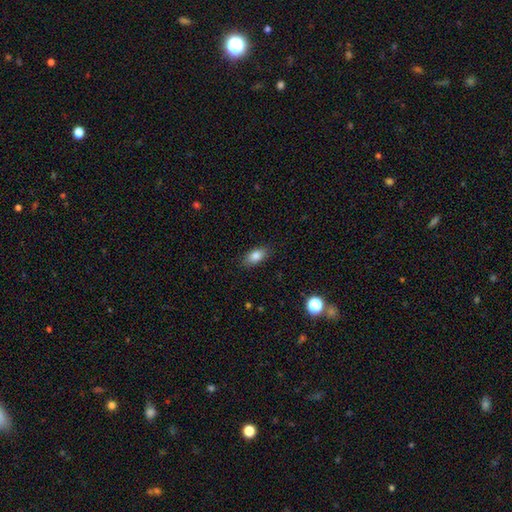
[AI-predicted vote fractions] Smooth or featured? Predicted: smooth (p=0.83). How rounded? Predicted: in between (p=0.87). Merging? Predicted: none (p=0.86).